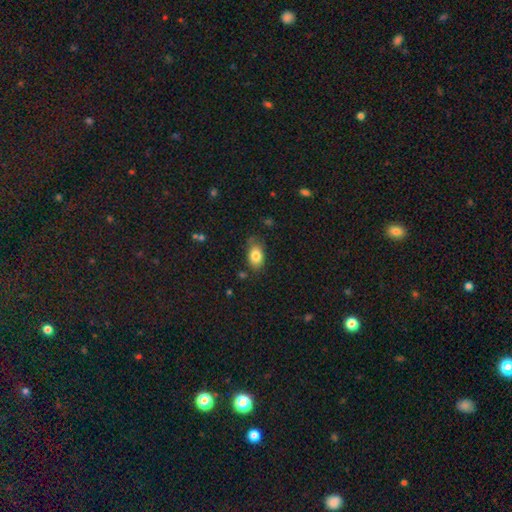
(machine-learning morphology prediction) A smooth galaxy with no disk features (83%) that is in between round and cigar-shaped (87%).

Vote fractions:
- Smooth or featured? smooth: 83% / featured or disk: 9% / star or artifact: 8%
- How rounded? in between: 87% / round: 11% / cigar-shaped: 2%
- Merging? none: 73% / minor disturbance: 21% / major disturbance: 5% / merger: 2%